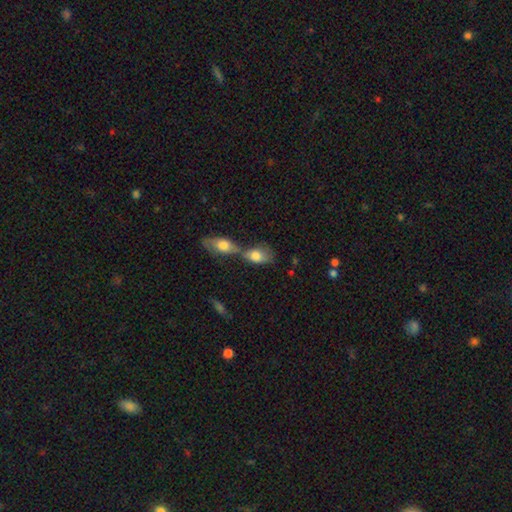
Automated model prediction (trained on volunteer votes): This appears to be a smooth galaxy with no disk features (76%) that is in between round and cigar-shaped (84%). Merging: merger (65%).